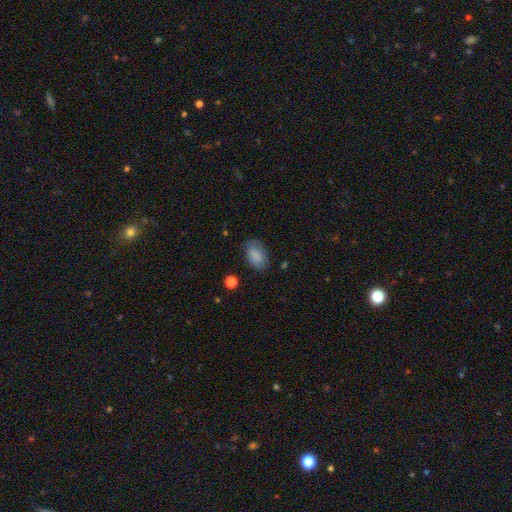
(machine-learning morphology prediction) smooth-or-featured: smooth: 86% | star or artifact: 7% | featured or disk: 7%
  how-rounded: in between: 91% | round: 7% | cigar-shaped: 2%
  merging: none: 80% | minor disturbance: 15% | major disturbance: 4% | merger: 1%